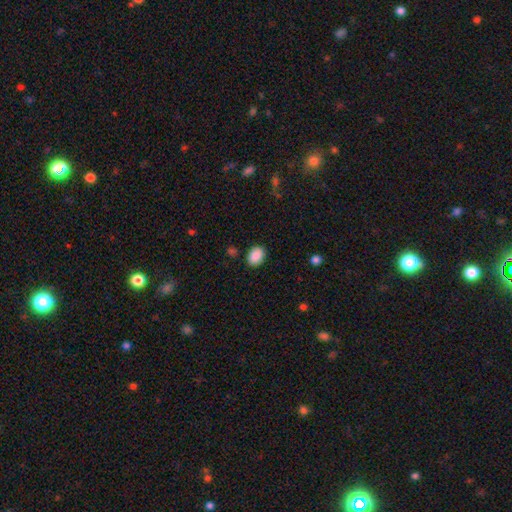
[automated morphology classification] smooth_or_featured: smooth (p=0.89) [alt: star or artifact p=0.08]
how_rounded: in between (p=0.74) [alt: round p=0.25]
merging: none (p=0.86) [alt: minor disturbance p=0.10]